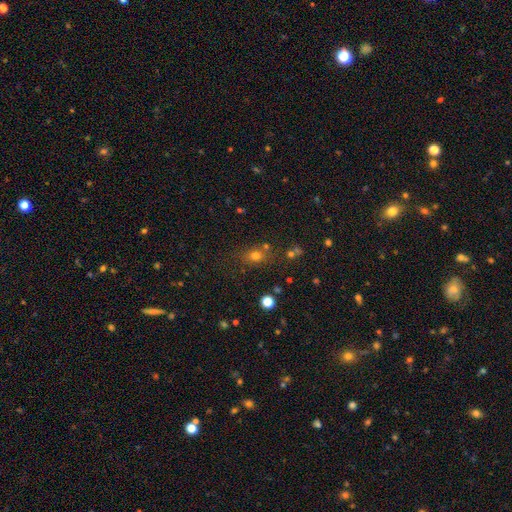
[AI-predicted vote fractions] Morphology: type=smooth (71%); roundness=in between (49%, tied with round); merging=none (70%).